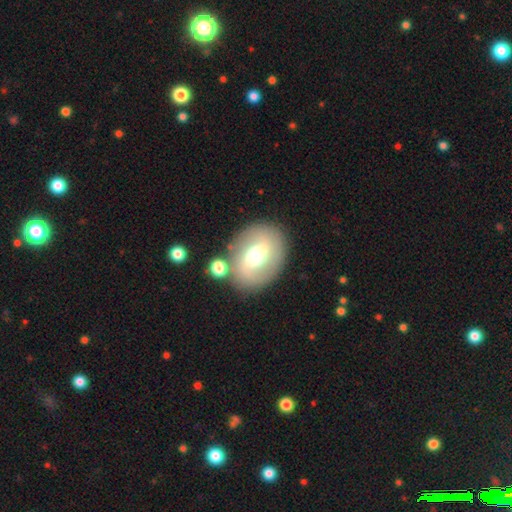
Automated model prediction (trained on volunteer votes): Smooth or featured?
  - featured or disk: 50% *
  - smooth: 42%
  - star or artifact: 8%
Merging?
  - none: 73% *
  - minor disturbance: 13%
  - merger: 9%
  - major disturbance: 6%